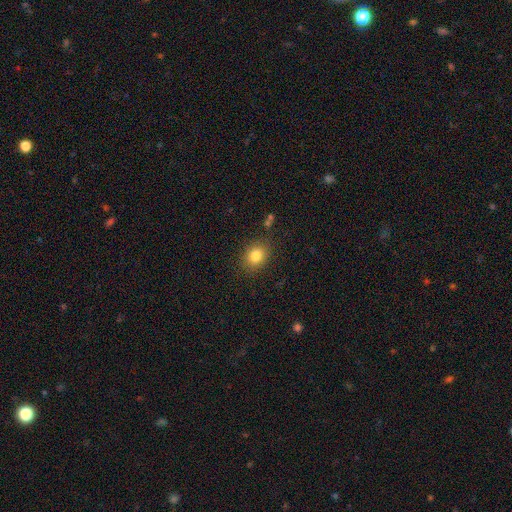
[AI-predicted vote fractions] Q: Smooth or featured?
A: smooth (82%); runner-up: star or artifact (11%)
Q: How rounded?
A: round (50%); runner-up: in between (49%)
Q: Merging?
A: none (85%); runner-up: minor disturbance (10%)